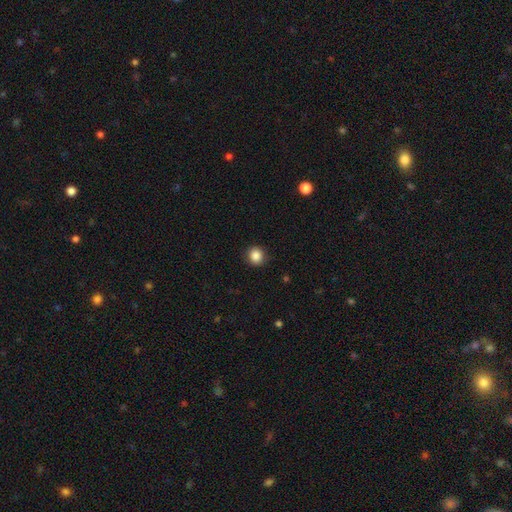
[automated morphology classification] A smooth galaxy with no disk features (87%) that is round (86%). Merging: none (90%).